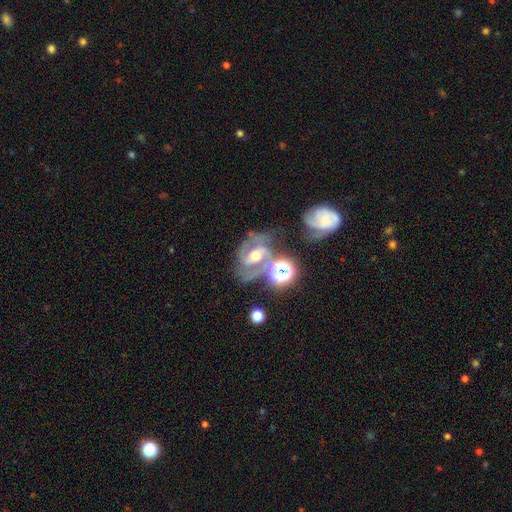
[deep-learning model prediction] Smooth or featured?
  - featured or disk: 84% *
  - star or artifact: 9%
  - smooth: 7%
Edge-on disk?
  - no: 97% *
  - yes: 3%
Bar?
  - strong: 40% *
  - weak: 38%
  - no: 23%
Spiral arms?
  - yes: 96% *
  - no: 4%
Spiral winding?
  - medium: 58% *
  - tight: 26%
  - loose: 16%
Spiral arm count?
  - 2: 87% *
  - can't tell: 4%
  - 3: 4%
  - 1: 2%
  - 4: 1%
  - more than 4: 1%
Bulge size?
  - moderate: 71% *
  - small: 17%
  - large: 8%
  - none: 2%
  - dominant: 1%
Merging?
  - none: 51% *
  - minor disturbance: 18%
  - merger: 18%
  - major disturbance: 14%